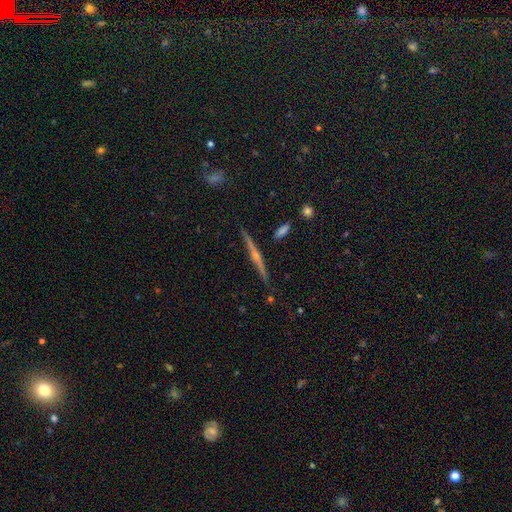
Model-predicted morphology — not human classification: Q: Smooth or featured?
A: featured or disk (80%); runner-up: smooth (13%)
Q: Edge-on disk?
A: yes (98%); runner-up: no (2%)
Q: Edge-on bulge?
A: rounded (81%); runner-up: none (13%)
Q: Merging?
A: none (88%); runner-up: minor disturbance (8%)